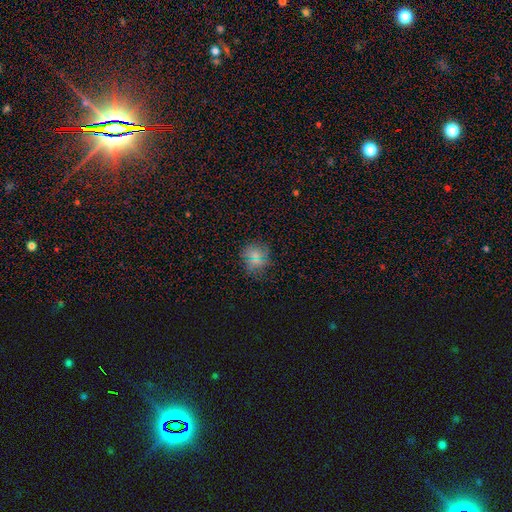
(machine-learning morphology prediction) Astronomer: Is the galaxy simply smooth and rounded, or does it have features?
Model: smooth — 67%.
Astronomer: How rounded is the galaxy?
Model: round — 88%.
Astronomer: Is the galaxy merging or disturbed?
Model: none — 85%.